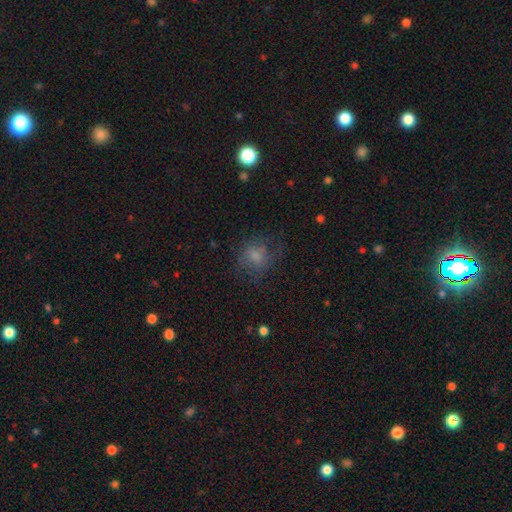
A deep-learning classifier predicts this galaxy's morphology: Smooth or featured?
  - smooth: 66% *
  - featured or disk: 20%
  - star or artifact: 13%
How rounded?
  - round: 66% *
  - in between: 33%
  - cigar-shaped: 1%
Merging?
  - none: 53% *
  - major disturbance: 23%
  - minor disturbance: 22%
  - merger: 2%